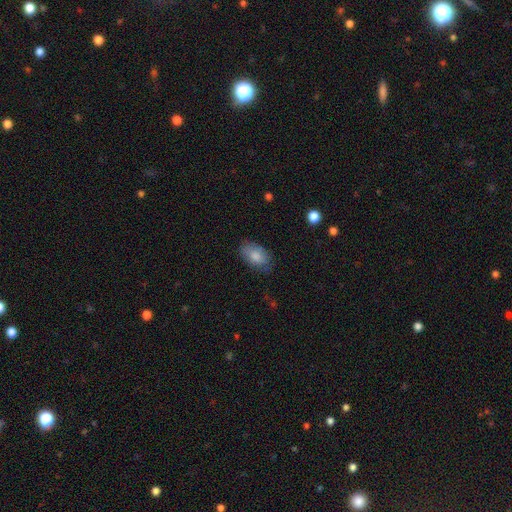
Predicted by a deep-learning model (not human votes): This appears to be a smooth galaxy with no disk features (83%) that is in between round and cigar-shaped (93%). Merging: none (75%).